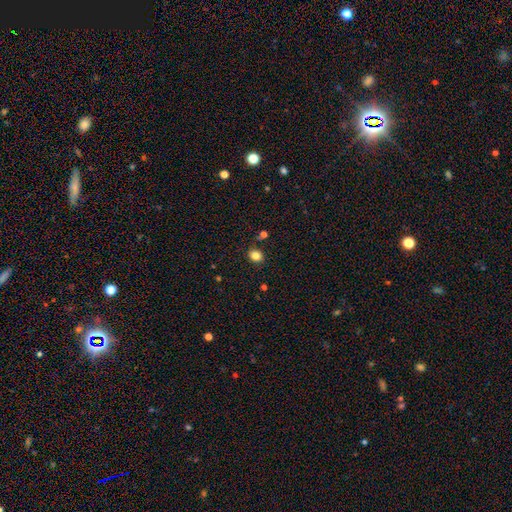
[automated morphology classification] Smooth or featured? smooth (83%)
How rounded? round (65%)
Merging? none (87%)